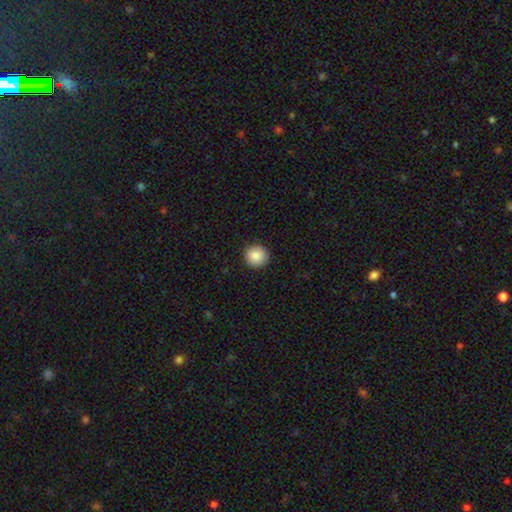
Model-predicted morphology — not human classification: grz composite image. It shows a smooth galaxy with no disk features (88%) that is round (95%). Merging: none (91%).